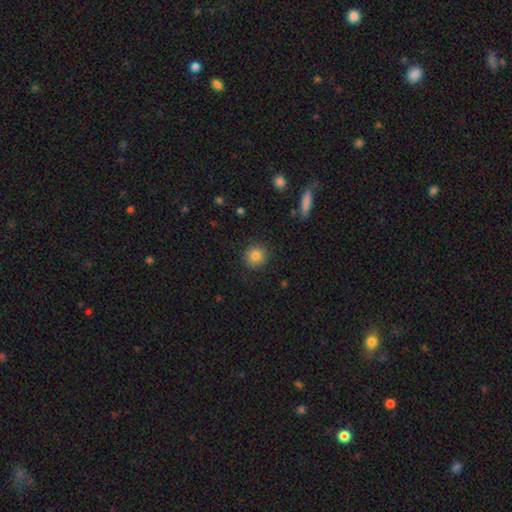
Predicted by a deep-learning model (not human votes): Q: Smooth or featured?
A: smooth (84%); runner-up: star or artifact (10%)
Q: How rounded?
A: round (91%); runner-up: in between (8%)
Q: Merging?
A: none (89%); runner-up: minor disturbance (8%)